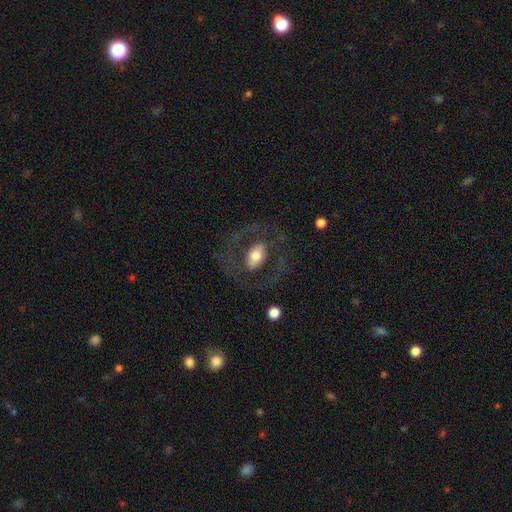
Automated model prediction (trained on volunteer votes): smooth-or-featured: featured or disk: 55% | smooth: 39% | star or artifact: 6%
  disk-edge-on: no: 93% | yes: 7%
    bar: no: 48% | weak: 29% | strong: 23%
    has-spiral-arms: no: 55% | yes: 45%
    bulge-size: moderate: 60% | large: 25% | small: 11% | dominant: 3% | none: 2%
  merging: none: 67% | major disturbance: 18% | minor disturbance: 13% | merger: 2%